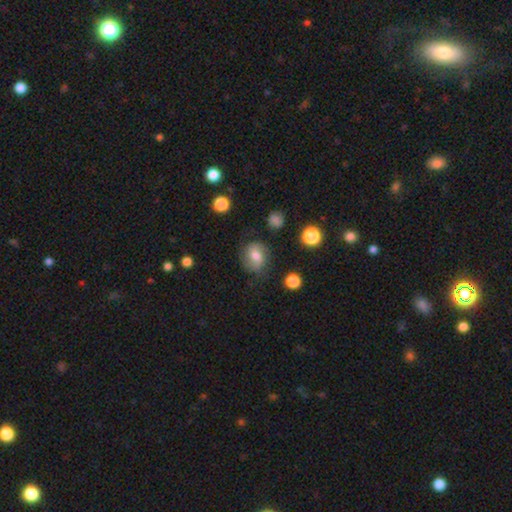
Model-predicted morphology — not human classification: smooth-or-featured: smooth: 60% | featured or disk: 29% | star or artifact: 11%
  how-rounded: round: 66% | in between: 33% | cigar-shaped: 1%
  merging: none: 74% | minor disturbance: 18% | major disturbance: 7% | merger: 2%